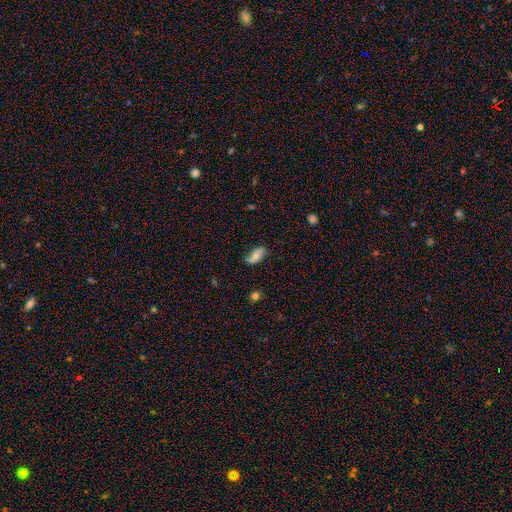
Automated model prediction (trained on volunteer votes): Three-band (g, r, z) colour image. It shows a smooth galaxy with no disk features (49%). Merging: none (66%).